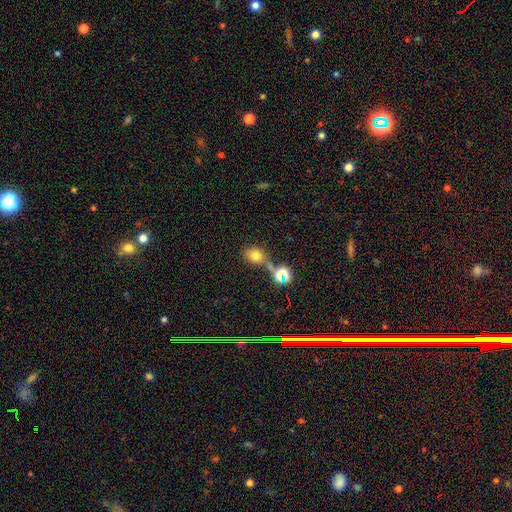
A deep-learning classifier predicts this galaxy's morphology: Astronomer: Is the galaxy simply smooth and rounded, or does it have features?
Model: smooth — 72%.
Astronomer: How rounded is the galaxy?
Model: round — 57% (runner-up: in between, 42%).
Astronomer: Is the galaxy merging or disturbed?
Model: none — 58%.